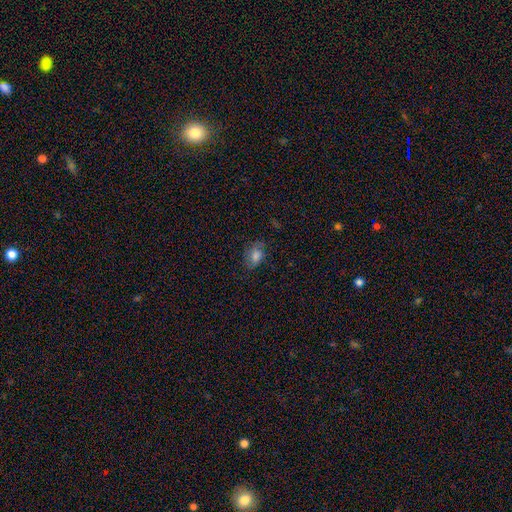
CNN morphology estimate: Smooth or featured?
  - smooth: 73% *
  - featured or disk: 16%
  - star or artifact: 10%
How rounded?
  - in between: 87% *
  - round: 11%
  - cigar-shaped: 2%
Merging?
  - none: 68% *
  - minor disturbance: 23%
  - major disturbance: 8%
  - merger: 2%